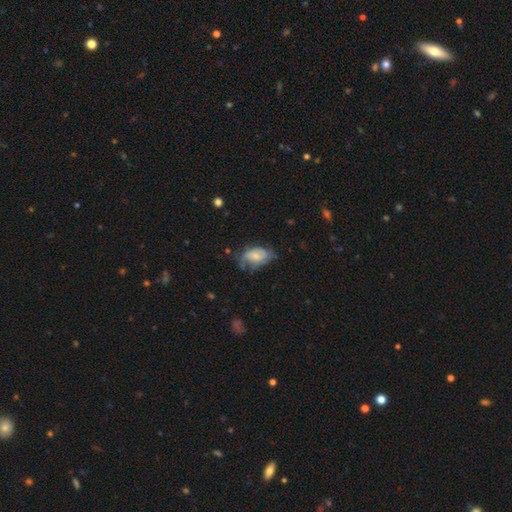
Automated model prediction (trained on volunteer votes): The model was most divided on "smooth or featured": featured or disk: 47%, smooth: 45%, star or artifact: 8%. Remaining: merging — none (40%).